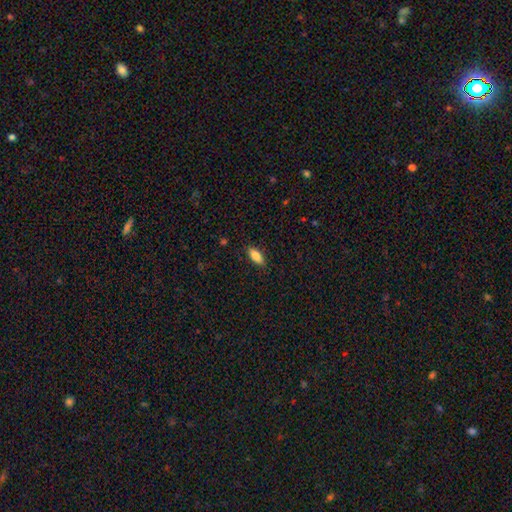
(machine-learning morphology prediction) smooth 85%, featured or disk 8%, star or artifact 7%. Down the decision tree: how rounded — in between (81%); merging — none (87%).